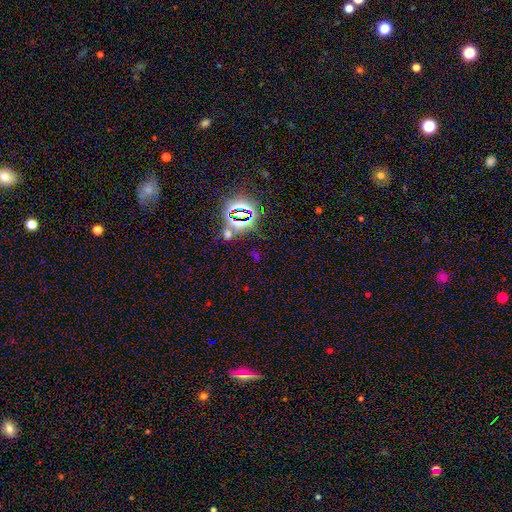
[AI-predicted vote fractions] Morphology: type=star or artifact (68%).